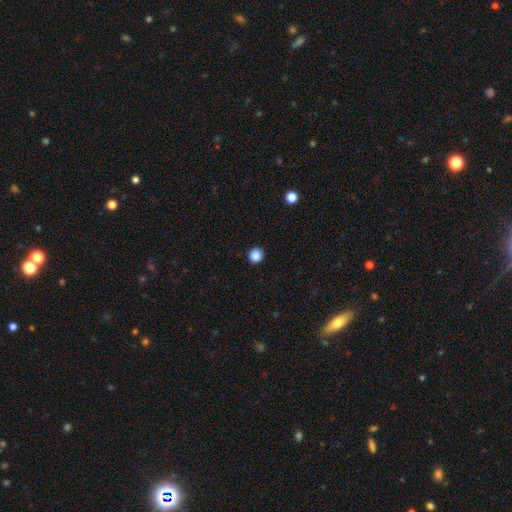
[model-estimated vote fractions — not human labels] Smooth or featured?
  - smooth: 87% *
  - star or artifact: 10%
  - featured or disk: 3%
How rounded?
  - round: 95% *
  - in between: 4%
  - cigar-shaped: 1%
Merging?
  - none: 93% *
  - minor disturbance: 5%
  - major disturbance: 2%
  - merger: 1%